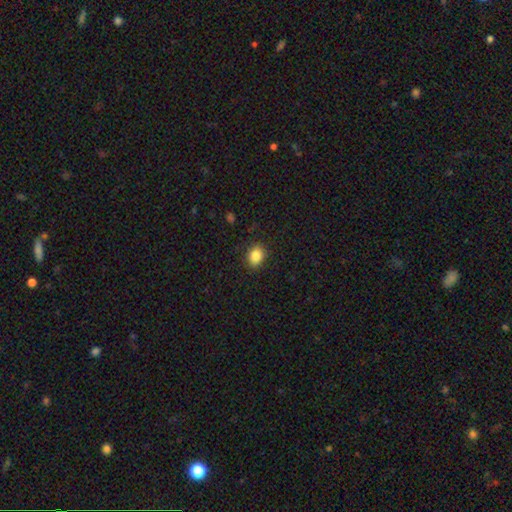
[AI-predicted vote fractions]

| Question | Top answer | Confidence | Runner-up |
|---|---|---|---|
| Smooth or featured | smooth | 85% | star or artifact (10%) |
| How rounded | in between | 56% | round (43%) |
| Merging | none | 88% | minor disturbance (9%) |